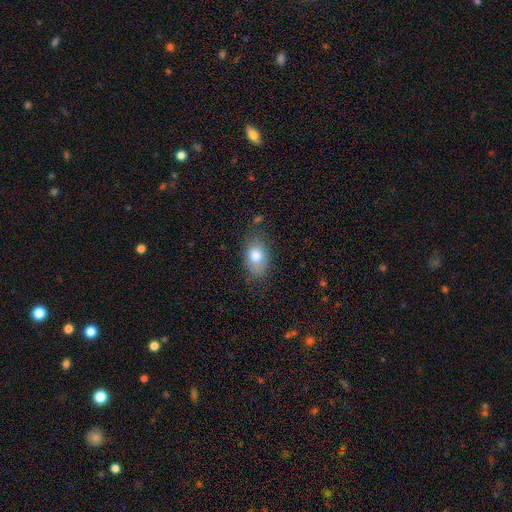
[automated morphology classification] Smooth or featured? smooth (80%)
How rounded? in between (85%)
Merging? none (72%)